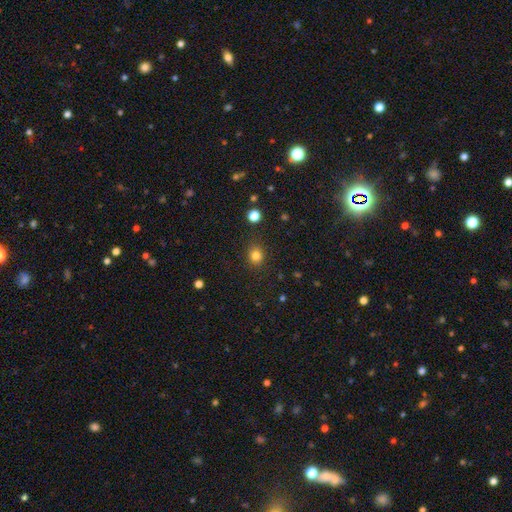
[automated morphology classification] Overall: smooth (81%). How rounded: round (78%). Merging: none (86%).